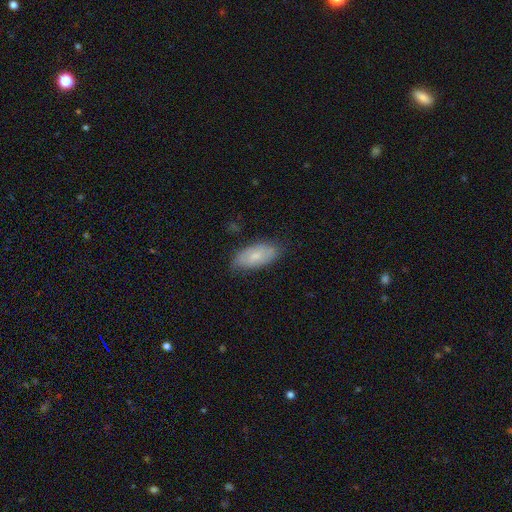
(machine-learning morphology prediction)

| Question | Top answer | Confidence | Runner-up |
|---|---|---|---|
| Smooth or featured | smooth | 70% | featured or disk (23%) |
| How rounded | in between | 90% | cigar-shaped (8%) |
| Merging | none | 74% | minor disturbance (21%) |